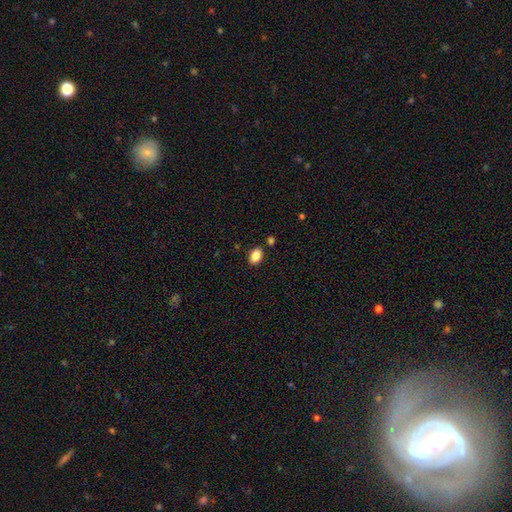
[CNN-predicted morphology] This is clearly a smooth galaxy (87%). How rounded: clearly in between (83%). Merging: clearly none (84%).